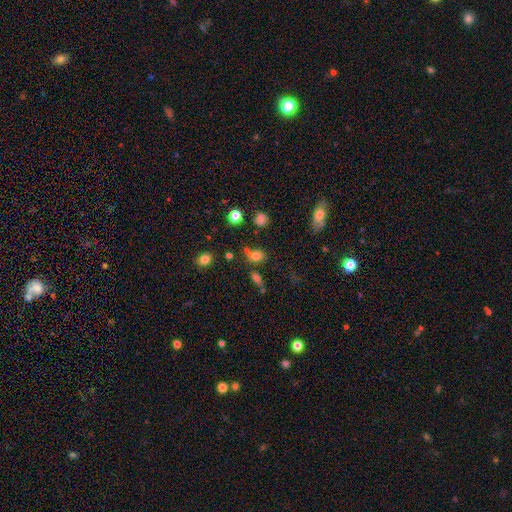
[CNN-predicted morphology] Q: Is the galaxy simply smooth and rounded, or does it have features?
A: smooth — 74%.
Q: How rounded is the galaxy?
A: in between — 49%, tied with round.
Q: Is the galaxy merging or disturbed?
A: none — 63%.